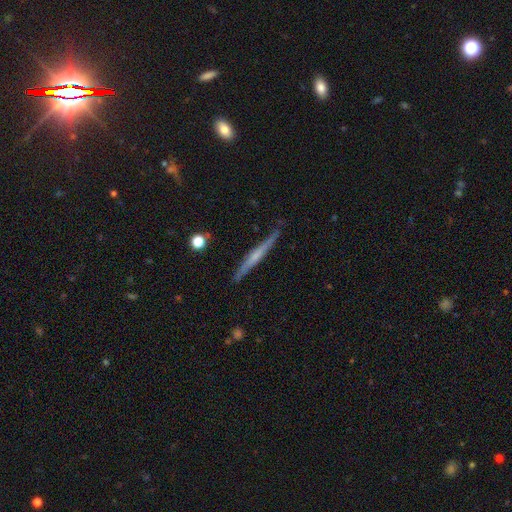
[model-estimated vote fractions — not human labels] The model was most divided on "edge-on bulge": none: 49%, rounded: 40%, boxy: 11%. More confident: edge-on disk — yes (96%); merging — none (85%); smooth or featured — featured or disk (64%).